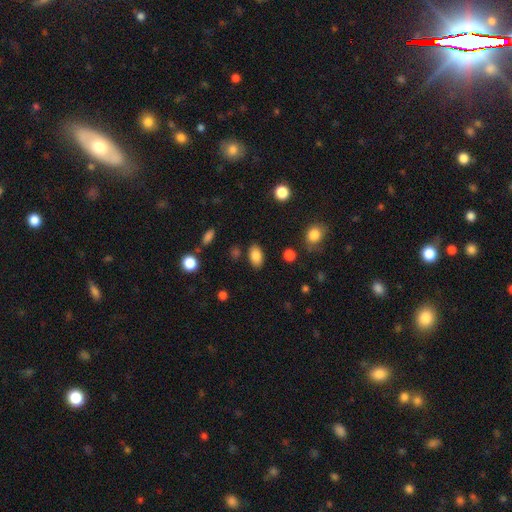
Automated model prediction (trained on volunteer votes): Morphology: type=smooth (85%); roundness=in between (91%); merging=none (84%).